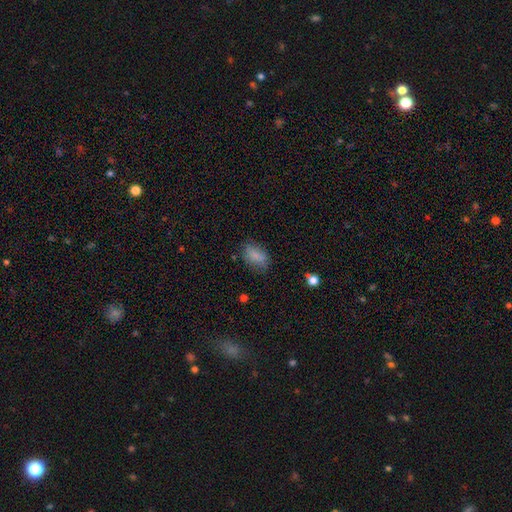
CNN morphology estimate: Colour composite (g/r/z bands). It shows a smooth galaxy with no disk features (82%) that is in between round and cigar-shaped (87%). Merging: none (69%).